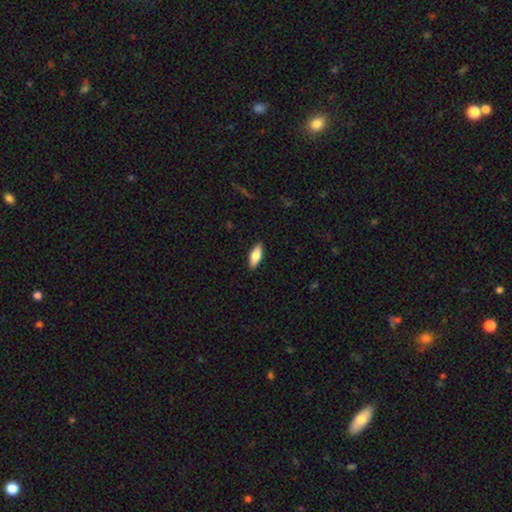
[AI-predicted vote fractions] A smooth galaxy with no disk features (76%) that is in between round and cigar-shaped (75%). Merging: none (89%).